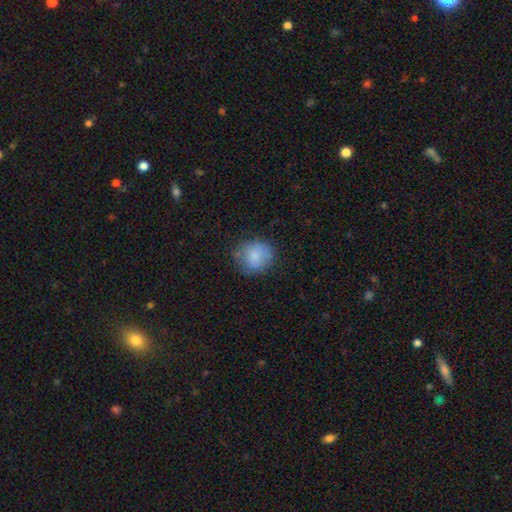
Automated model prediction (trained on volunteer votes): The model was most divided on "merging": none: 70%, minor disturbance: 21%, major disturbance: 7%, merger: 2%. More confident: how rounded — round (81%); smooth or featured — smooth (77%).